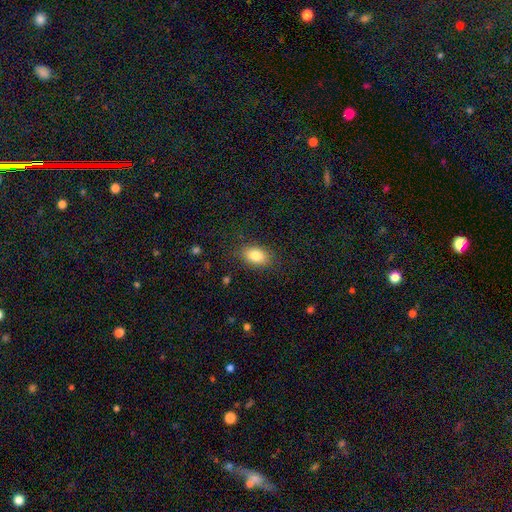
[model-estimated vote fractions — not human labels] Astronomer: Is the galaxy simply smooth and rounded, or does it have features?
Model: smooth — 83%.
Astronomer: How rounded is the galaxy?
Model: in between — 83%.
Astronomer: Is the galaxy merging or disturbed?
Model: none — 85%.